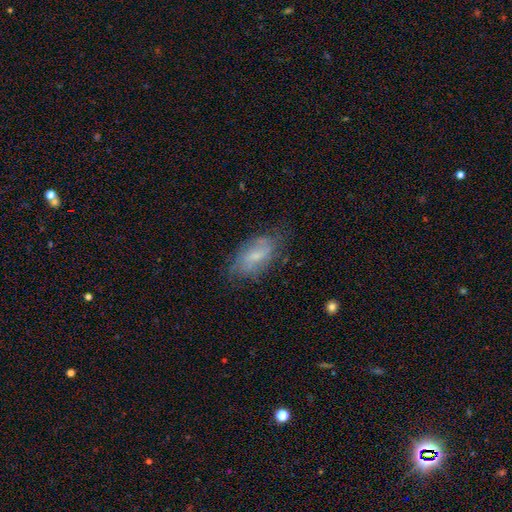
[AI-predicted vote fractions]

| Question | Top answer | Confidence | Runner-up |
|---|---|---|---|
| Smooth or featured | featured or disk | 51% | smooth (41%) |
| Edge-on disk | no | 91% | yes (9%) |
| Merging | none | 64% | minor disturbance (24%) |